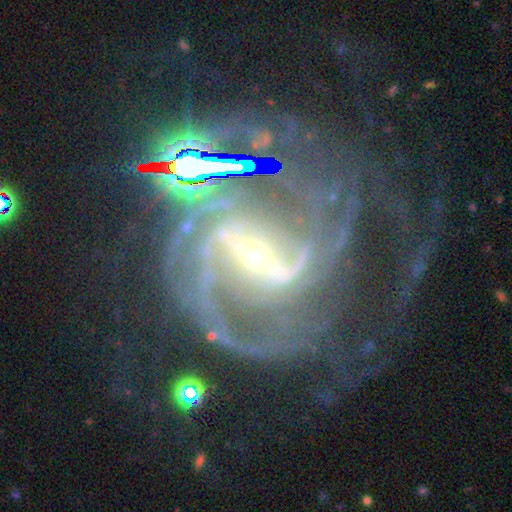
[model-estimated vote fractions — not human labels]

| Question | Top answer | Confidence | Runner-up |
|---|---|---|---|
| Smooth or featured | featured or disk | 91% | star or artifact (6%) |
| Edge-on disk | no | 97% | yes (3%) |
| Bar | strong | 80% | weak (14%) |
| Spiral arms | yes | 98% | no (2%) |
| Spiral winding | medium | 50% | tight (29%) |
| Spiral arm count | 2 | 46% | 3 (15%) |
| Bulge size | small | 77% | moderate (18%) |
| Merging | none | 53% | major disturbance (20%) |